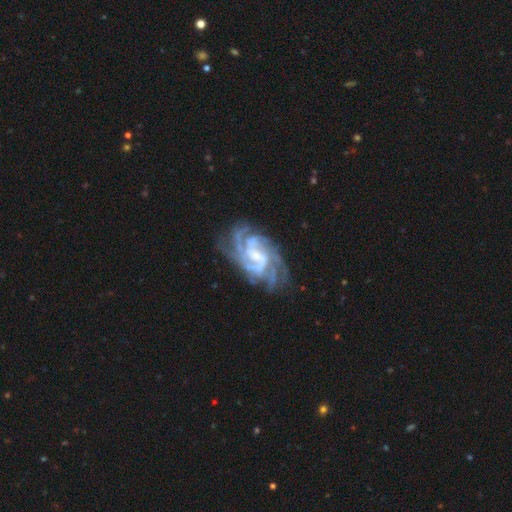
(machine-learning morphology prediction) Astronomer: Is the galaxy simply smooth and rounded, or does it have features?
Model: featured or disk — 89%.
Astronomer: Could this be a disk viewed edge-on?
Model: no — 97%.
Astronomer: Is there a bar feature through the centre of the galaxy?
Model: weak — 47% (runner-up: no, 32%).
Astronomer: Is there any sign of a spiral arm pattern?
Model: yes — 98%.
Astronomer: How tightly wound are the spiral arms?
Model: tight — 58% (runner-up: medium, 36%).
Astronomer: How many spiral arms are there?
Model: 4 — 29% (runner-up: 3, 21%).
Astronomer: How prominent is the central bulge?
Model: small — 47% (runner-up: moderate, 30%).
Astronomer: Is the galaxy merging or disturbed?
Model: none — 73%.